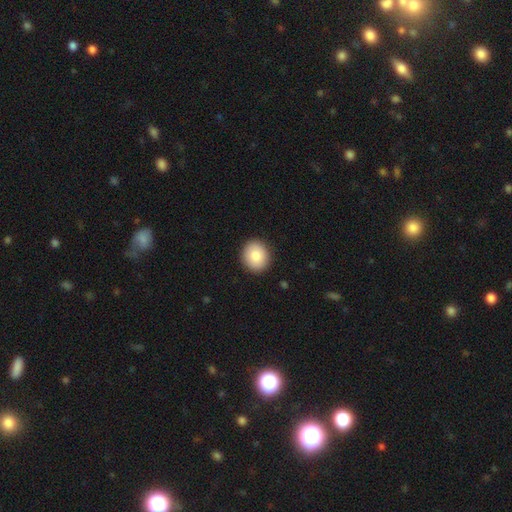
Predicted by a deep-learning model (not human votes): A smooth galaxy with no disk features (83%) that is round (79%). Merging: none (91%).